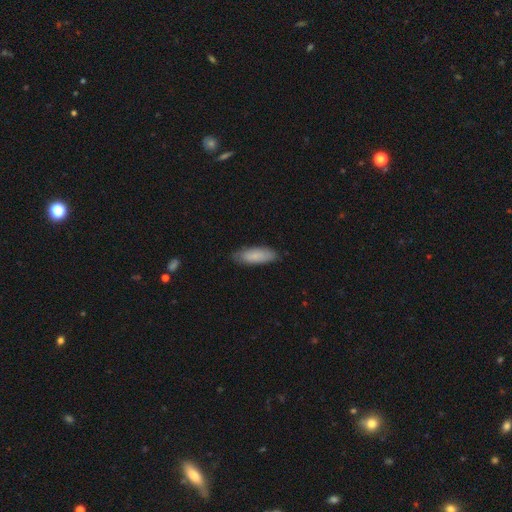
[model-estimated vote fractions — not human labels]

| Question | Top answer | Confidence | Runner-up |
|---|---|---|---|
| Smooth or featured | smooth | 83% | featured or disk (12%) |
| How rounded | in between | 66% | cigar-shaped (32%) |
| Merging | none | 80% | minor disturbance (16%) |